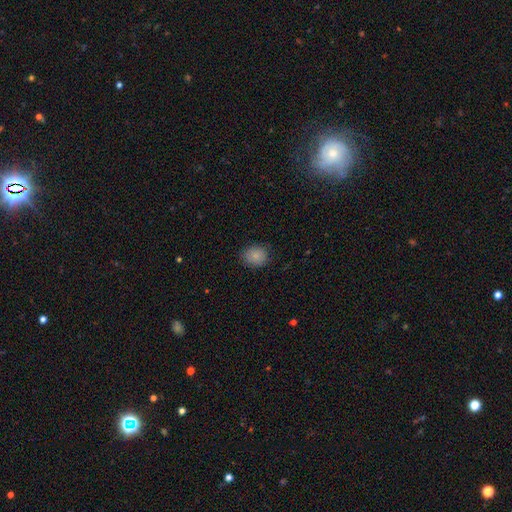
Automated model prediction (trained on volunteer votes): smooth_or_featured: smooth (p=0.85) [alt: star or artifact p=0.09]
how_rounded: round (p=0.61) [alt: in between p=0.38]
merging: none (p=0.82) [alt: minor disturbance p=0.14]